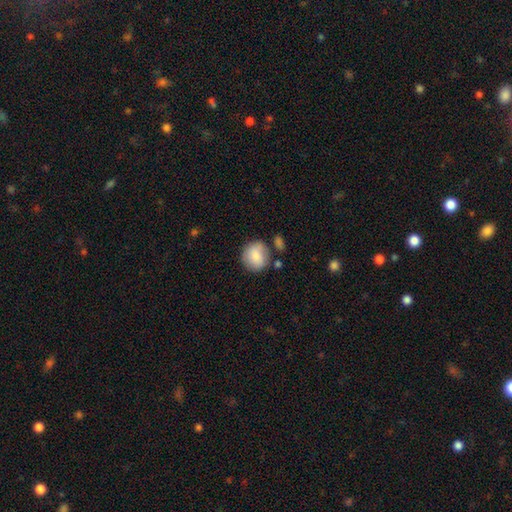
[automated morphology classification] Smooth or featured? smooth (82%)
How rounded? round (87%)
Merging? none (71%)